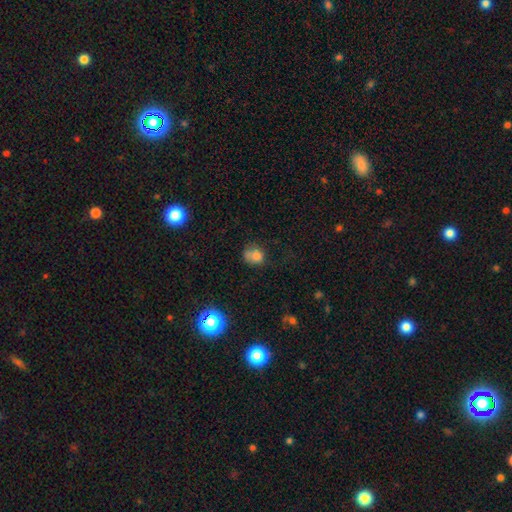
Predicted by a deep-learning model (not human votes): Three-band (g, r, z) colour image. It shows a smooth galaxy with no disk features (74%) that is round (62%). Merging: none (40%).